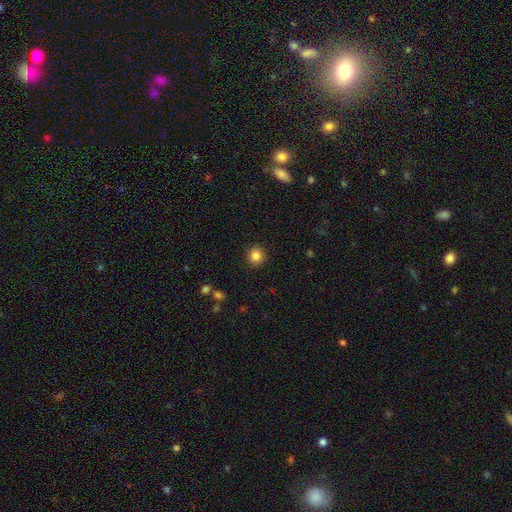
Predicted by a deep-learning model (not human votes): Smooth or featured? smooth (84%)
How rounded? round (92%)
Merging? none (92%)